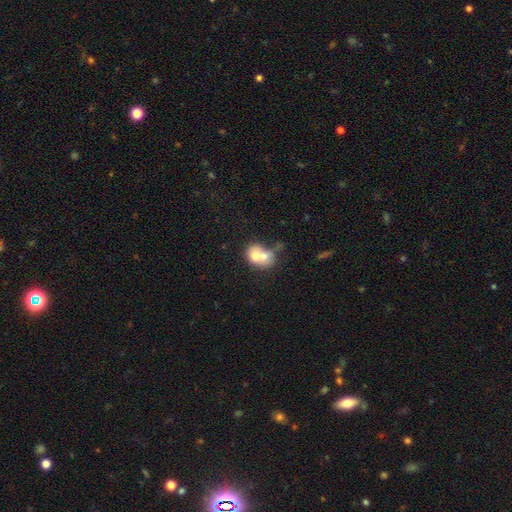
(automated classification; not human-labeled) Morphology: type=smooth (66%); roundness=round (53%); merging=merger (69%).